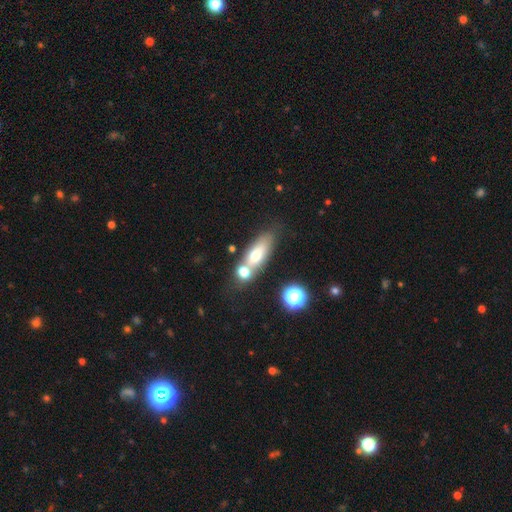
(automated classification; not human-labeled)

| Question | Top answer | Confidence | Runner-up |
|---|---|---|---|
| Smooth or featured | smooth | 63% | featured or disk (26%) |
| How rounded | in between | 62% | cigar-shaped (27%) |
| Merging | none | 46% | merger (37%) |